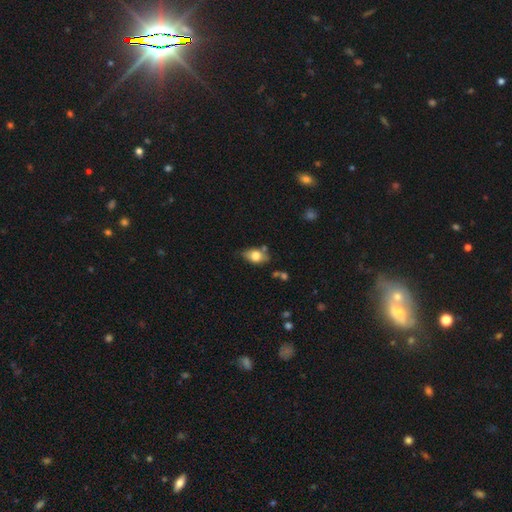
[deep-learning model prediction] The model was most divided on "merging": none: 63%, minor disturbance: 23%, merger: 8%, major disturbance: 5%. More confident: how rounded — in between (82%); smooth or featured — smooth (72%).